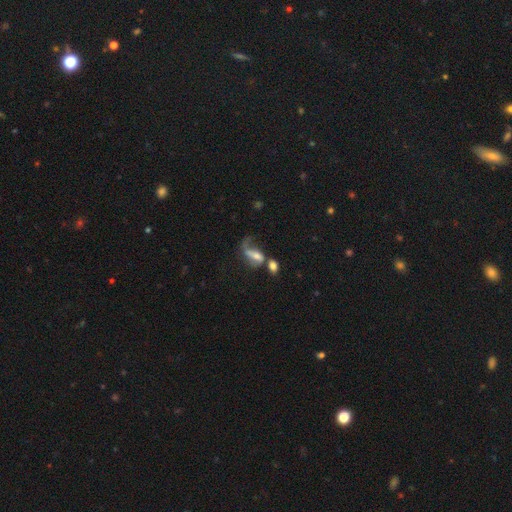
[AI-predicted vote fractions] featured or disk 52%, smooth 37%, star or artifact 10%. Down the decision tree: edge-on disk — no (91%); merging — merger (40%).